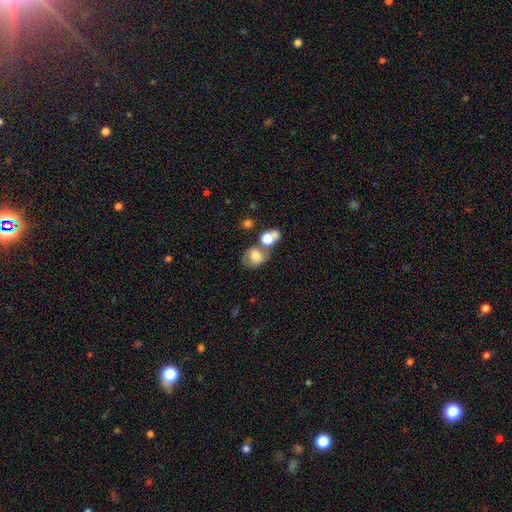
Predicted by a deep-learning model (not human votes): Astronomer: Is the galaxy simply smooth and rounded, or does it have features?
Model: smooth — 71%.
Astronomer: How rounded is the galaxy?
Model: round — 51% (runner-up: in between, 47%).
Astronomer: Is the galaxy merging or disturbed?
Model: none — 41% (runner-up: merger, 34%).